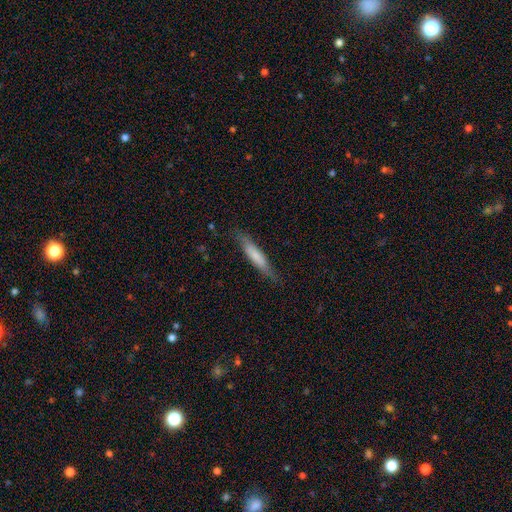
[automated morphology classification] Smooth or featured? smooth (66%)
How rounded? cigar-shaped (87%)
Merging? none (78%)